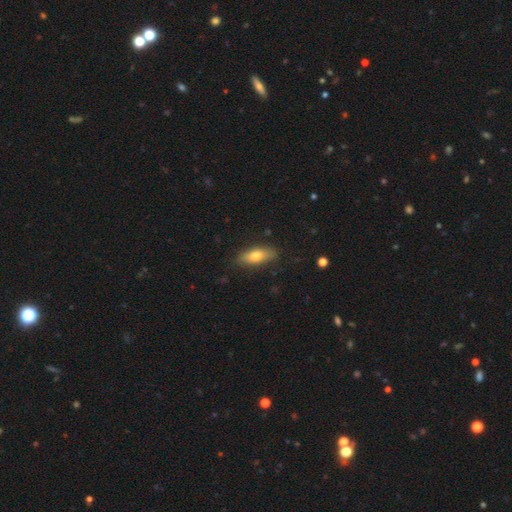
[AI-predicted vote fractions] smooth-or-featured: smooth: 71% | featured or disk: 22% | star or artifact: 6%
  how-rounded: in between: 63% | cigar-shaped: 34% | round: 3%
  merging: none: 84% | minor disturbance: 12% | major disturbance: 2% | merger: 1%